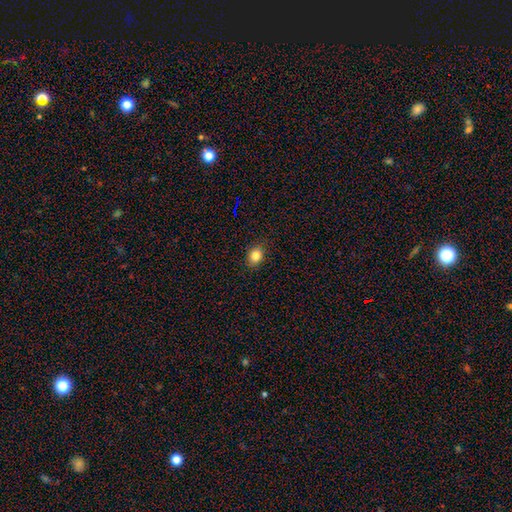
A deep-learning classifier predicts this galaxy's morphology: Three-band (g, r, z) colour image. It shows a smooth galaxy with no disk features (82%) that is in between round and cigar-shaped (52%). Merging: none (87%).